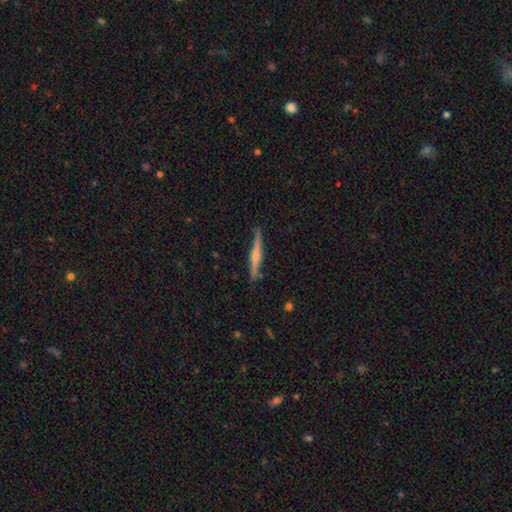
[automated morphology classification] smooth_or_featured: featured or disk (p=0.60) [alt: smooth p=0.35]
disk_edge_on: yes (p=0.97) [alt: no p=0.03]
edge_on_bulge: rounded (p=0.61) [alt: none p=0.25]
merging: none (p=0.86) [alt: minor disturbance p=0.11]